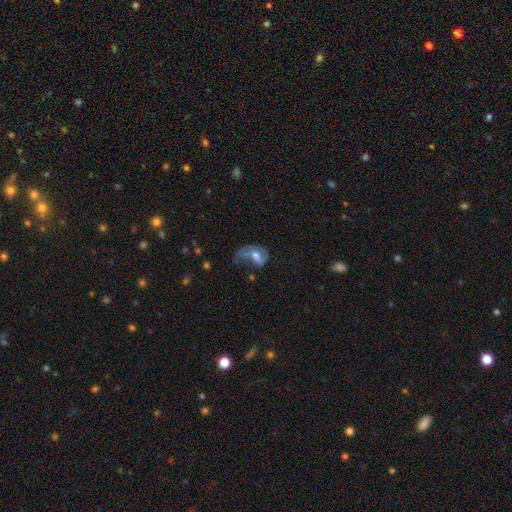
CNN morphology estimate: A smooth galaxy with no disk features (46%).

Vote fractions:
- Smooth or featured? smooth: 46% / featured or disk: 45% / star or artifact: 10%
- Merging? major disturbance: 54% / minor disturbance: 21% / none: 20% / merger: 5%